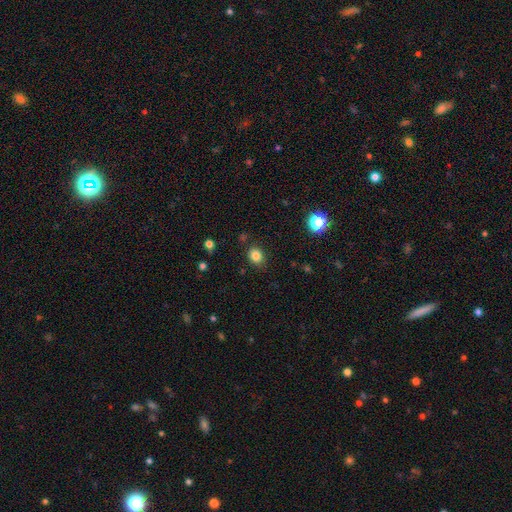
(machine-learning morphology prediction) Smooth or featured? Predicted: smooth (p=0.83). How rounded? Predicted: round (p=0.62). Merging? Predicted: none (p=0.84).